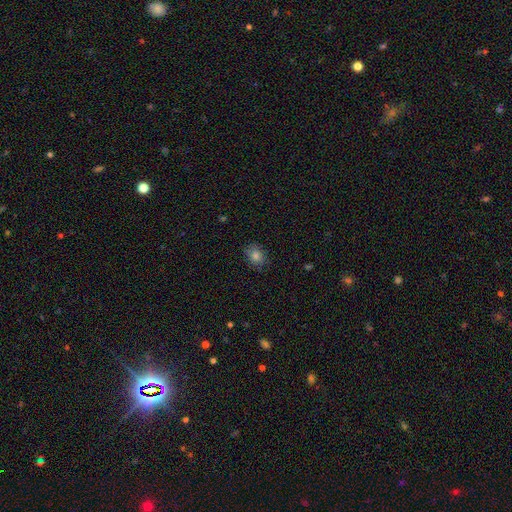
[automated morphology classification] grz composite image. It shows a smooth galaxy with no disk features (80%) that is round (49%, tied with in between). Merging: none (82%).